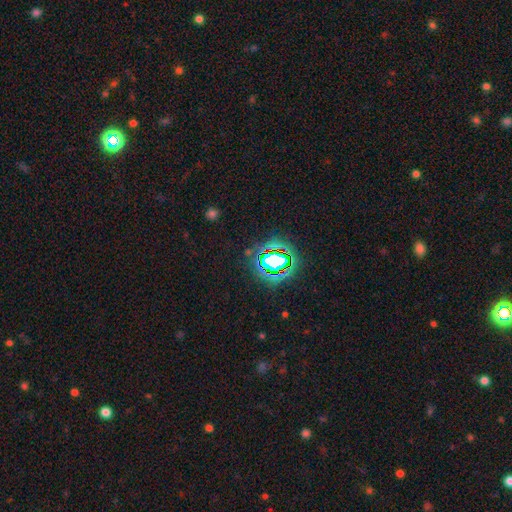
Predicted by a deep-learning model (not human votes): star or artifact 79%, smooth 13%, featured or disk 8%.